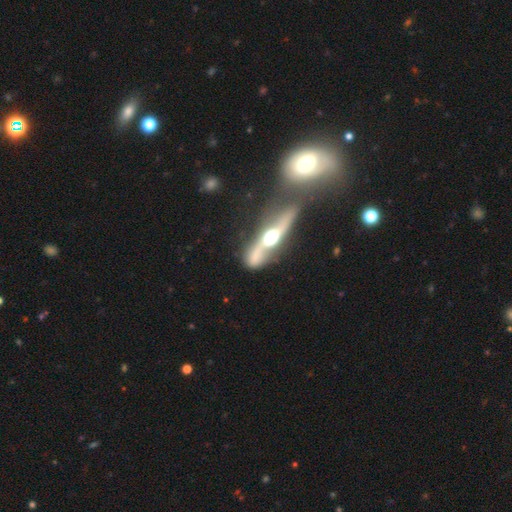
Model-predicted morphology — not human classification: featured or disk 69%, smooth 21%, star or artifact 10%. Down the decision tree: edge-on disk — yes (51%); merging — none (47%).